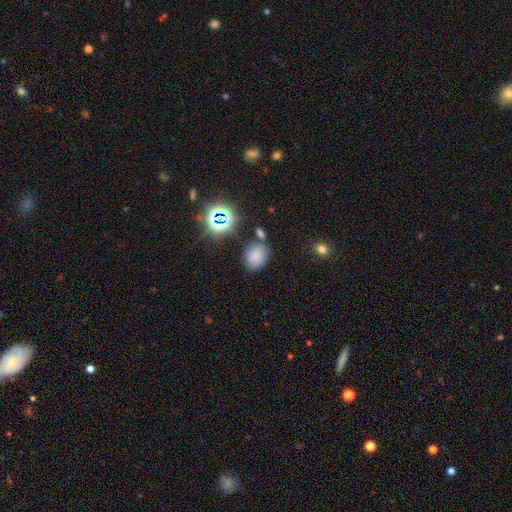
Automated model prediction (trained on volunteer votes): A smooth galaxy with no disk features (69%) that is in between round and cigar-shaped (59%). Merging: none (67%).